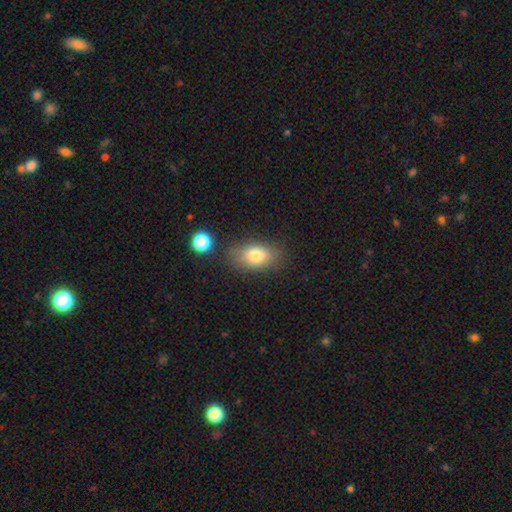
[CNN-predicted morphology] Smooth or featured? smooth (77%)
How rounded? in between (86%)
Merging? none (75%)